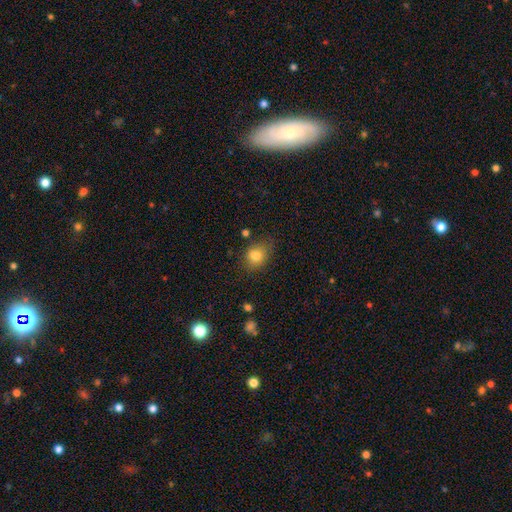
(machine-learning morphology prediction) Overall: smooth (79%). How rounded: in between (56%; round 43%). Merging: none (61%; minor disturbance 25%).